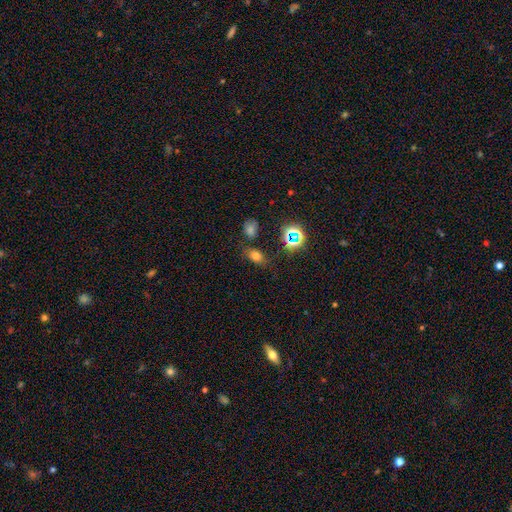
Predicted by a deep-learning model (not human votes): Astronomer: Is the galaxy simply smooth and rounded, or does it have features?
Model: smooth — 68%.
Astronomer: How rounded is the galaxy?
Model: in between — 77%.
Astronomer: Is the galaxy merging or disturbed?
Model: none — 73%.